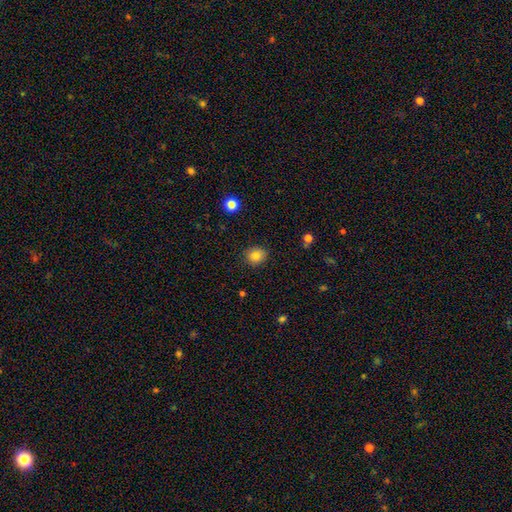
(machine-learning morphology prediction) This appears to be a smooth galaxy with no disk features (85%) that is round (79%). Merging: none (88%).